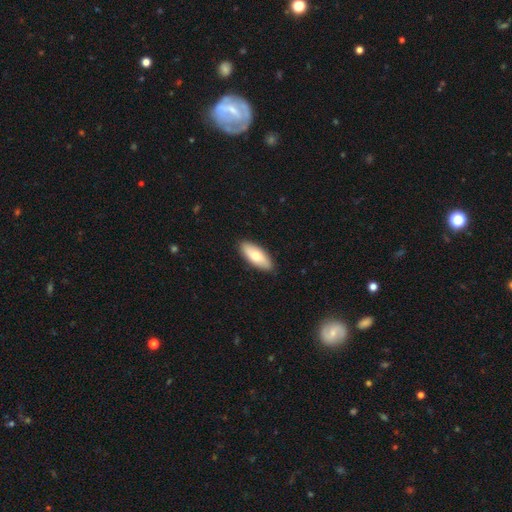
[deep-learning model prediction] A smooth galaxy with no disk features (74%) that is in between round and cigar-shaped (80%). Merging: none (89%).